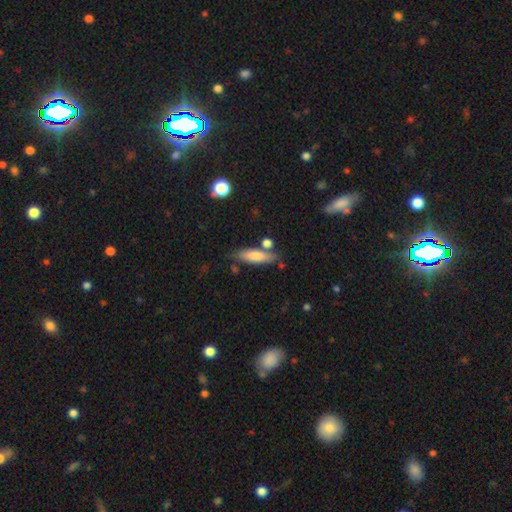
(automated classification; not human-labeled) smooth 75%, featured or disk 18%, star or artifact 7%. Down the decision tree: how rounded — cigar-shaped (58%); merging — none (71%).